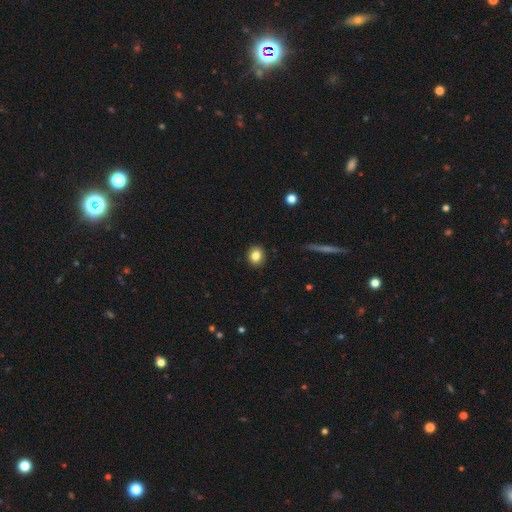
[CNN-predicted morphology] type=smooth (83%); roundness=round (74%); merging=none (91%).